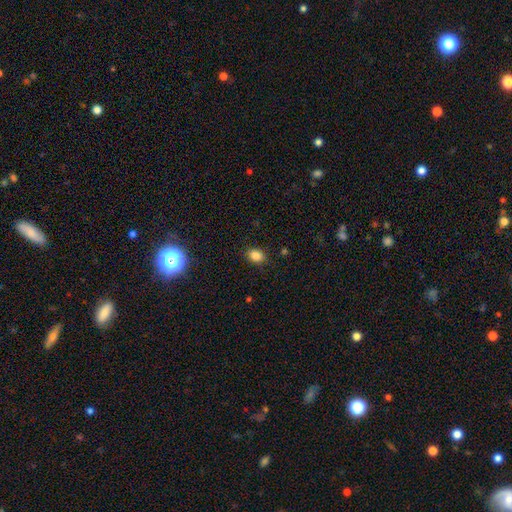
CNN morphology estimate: smooth_or_featured: smooth (p=0.84) [alt: star or artifact p=0.12]
how_rounded: in between (p=0.63) [alt: round p=0.36]
merging: none (p=0.87) [alt: minor disturbance p=0.09]